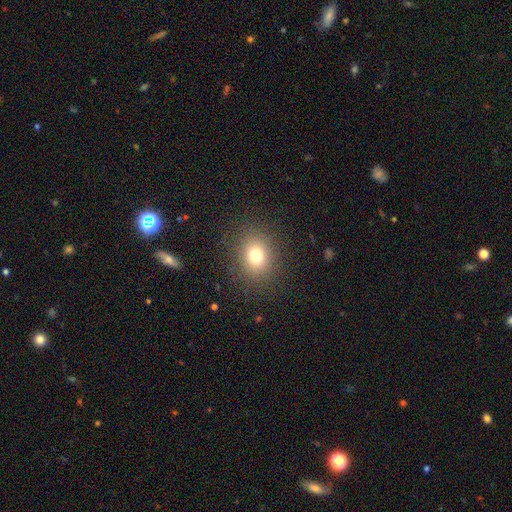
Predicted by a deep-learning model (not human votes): smooth-or-featured: smooth: 76% | star or artifact: 15% | featured or disk: 9%
  how-rounded: round: 64% | in between: 35% | cigar-shaped: 1%
  merging: none: 87% | minor disturbance: 8% | major disturbance: 4% | merger: 1%